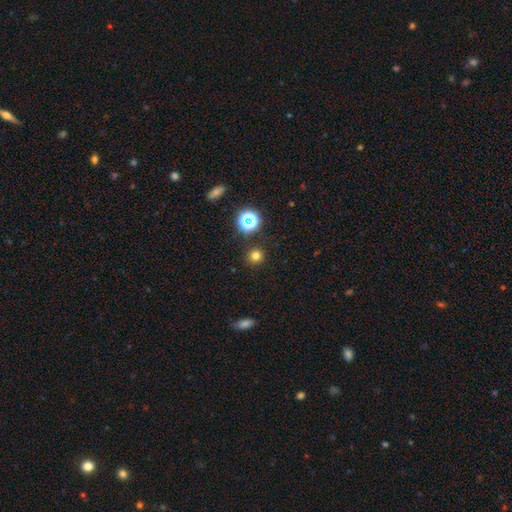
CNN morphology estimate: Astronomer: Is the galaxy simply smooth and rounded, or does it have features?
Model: smooth — 76%.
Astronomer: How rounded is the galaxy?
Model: round — 93%.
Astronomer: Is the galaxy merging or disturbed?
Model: none — 90%.